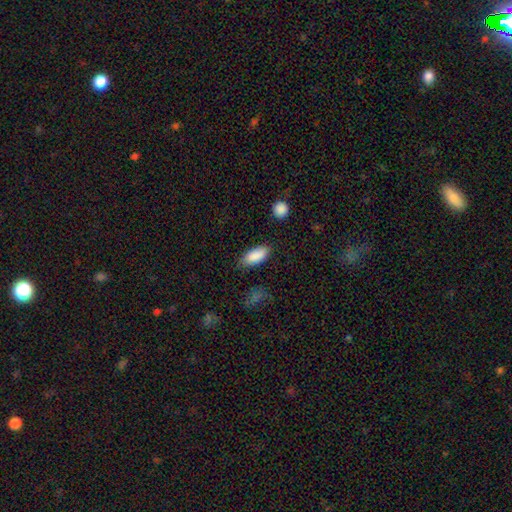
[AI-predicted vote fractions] smooth-or-featured: smooth: 89% | star or artifact: 7% | featured or disk: 5%
  how-rounded: in between: 86% | cigar-shaped: 12% | round: 2%
  merging: none: 78% | minor disturbance: 16% | major disturbance: 4% | merger: 2%